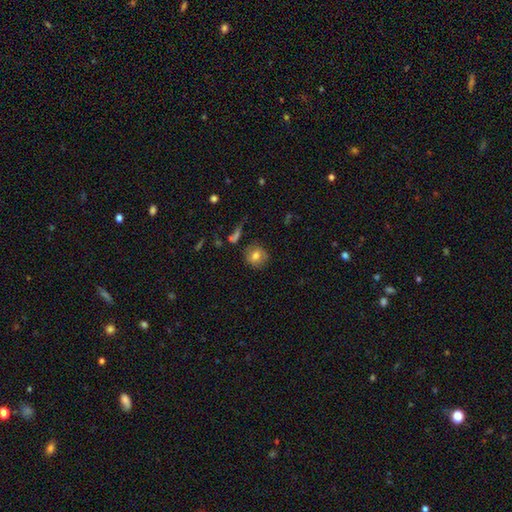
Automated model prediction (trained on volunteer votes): smooth-or-featured: smooth: 74% | featured or disk: 17% | star or artifact: 9%
  how-rounded: round: 83% | in between: 16% | cigar-shaped: 1%
  merging: none: 78% | minor disturbance: 14% | major disturbance: 5% | merger: 3%